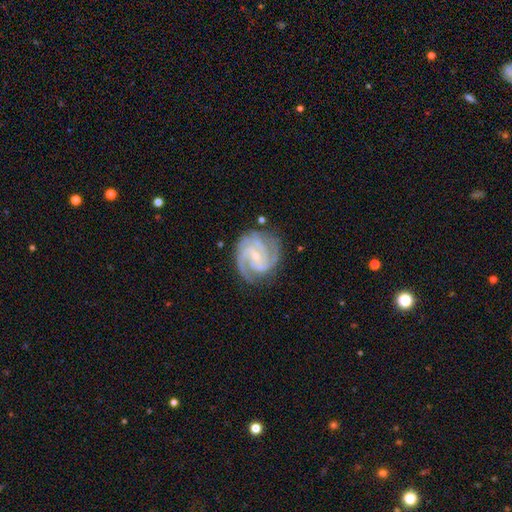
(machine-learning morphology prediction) Q: Smooth or featured?
A: featured or disk (93%); runner-up: star or artifact (4%)
Q: Edge-on disk?
A: no (98%); runner-up: yes (2%)
Q: Bar?
A: no (43%); runner-up: weak (42%)
Q: Spiral arms?
A: yes (99%); runner-up: no (1%)
Q: Spiral winding?
A: tight (59%); runner-up: medium (37%)
Q: Spiral arm count?
A: 3 (52%); runner-up: 2 (19%)
Q: Bulge size?
A: small (75%); runner-up: moderate (20%)
Q: Merging?
A: none (77%); runner-up: minor disturbance (16%)